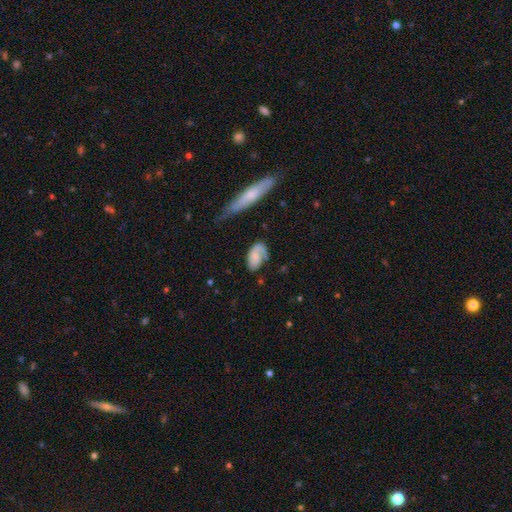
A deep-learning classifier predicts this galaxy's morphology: Smooth or featured? featured or disk (50%)
Merging? none (43%)